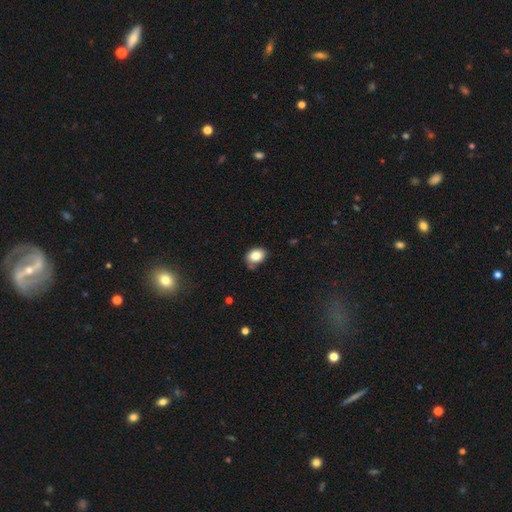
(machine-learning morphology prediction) Overall: smooth (83%). How rounded: in between (73%). Merging: none (68%).